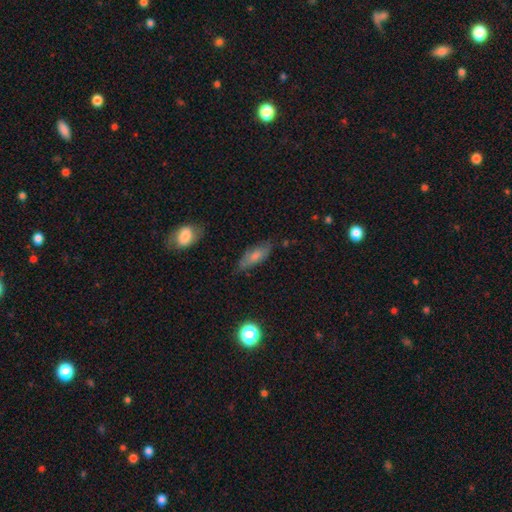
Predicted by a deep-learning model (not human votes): Morphology: type=smooth (61%); roundness=in between (65%); merging=none (74%).